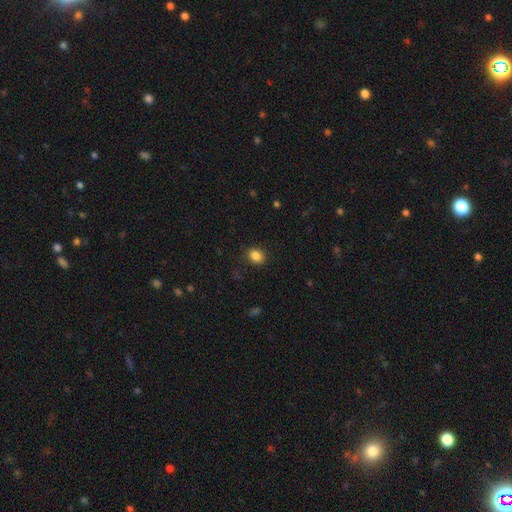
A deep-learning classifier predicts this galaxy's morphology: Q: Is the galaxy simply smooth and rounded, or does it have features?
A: smooth — 86%.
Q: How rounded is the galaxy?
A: in between — 50%.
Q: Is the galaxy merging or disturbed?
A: none — 85%.